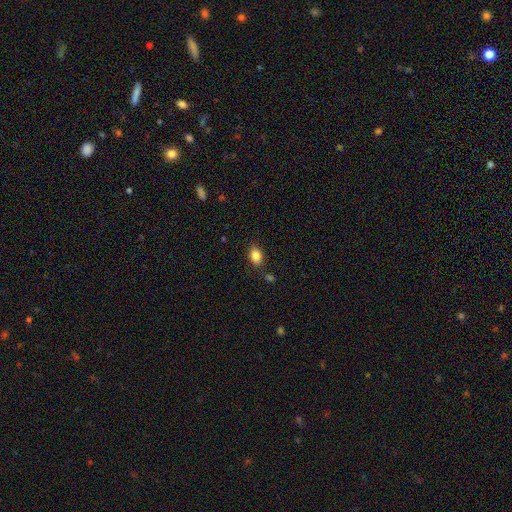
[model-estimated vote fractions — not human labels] Smooth or featured? smooth (85%)
How rounded? in between (84%)
Merging? none (82%)